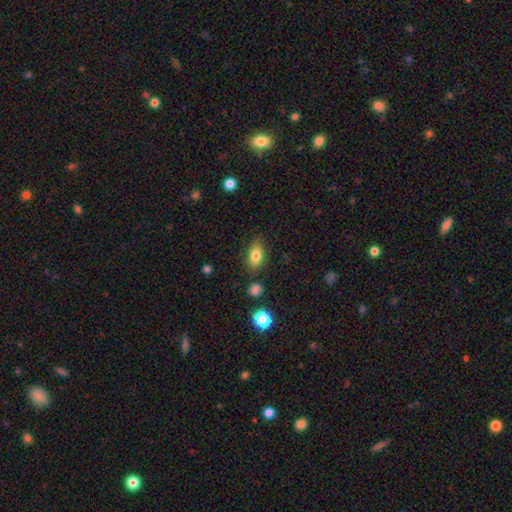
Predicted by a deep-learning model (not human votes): Smooth or featured?
  - smooth: 80% *
  - featured or disk: 11%
  - star or artifact: 9%
How rounded?
  - in between: 85% *
  - round: 9%
  - cigar-shaped: 6%
Merging?
  - none: 81% *
  - minor disturbance: 13%
  - major disturbance: 3%
  - merger: 3%